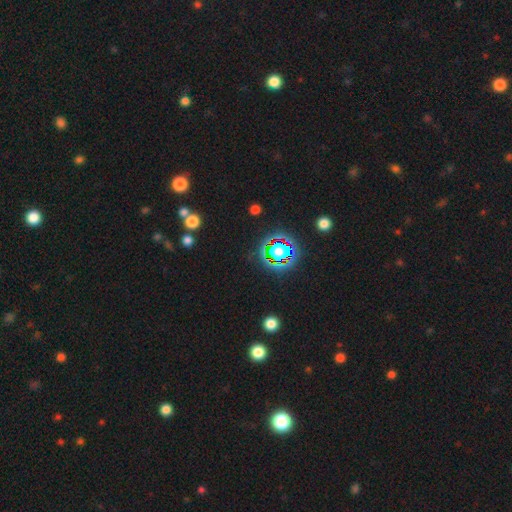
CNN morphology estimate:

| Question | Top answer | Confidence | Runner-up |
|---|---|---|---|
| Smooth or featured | star or artifact | 78% | smooth (14%) |